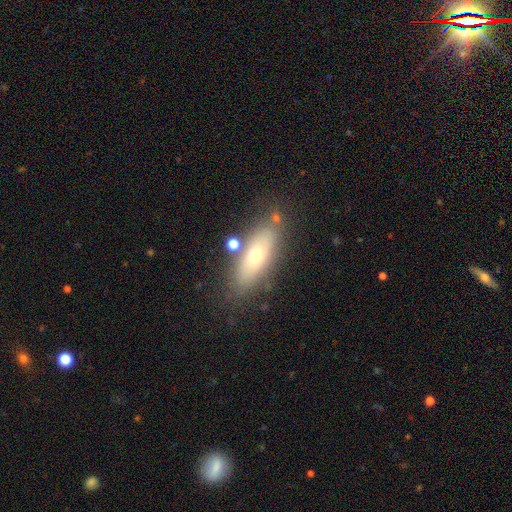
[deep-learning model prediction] Smooth or featured?
  - smooth: 59% *
  - featured or disk: 32%
  - star or artifact: 9%
How rounded?
  - in between: 68% *
  - cigar-shaped: 27%
  - round: 5%
Merging?
  - none: 77% *
  - minor disturbance: 12%
  - merger: 6%
  - major disturbance: 4%